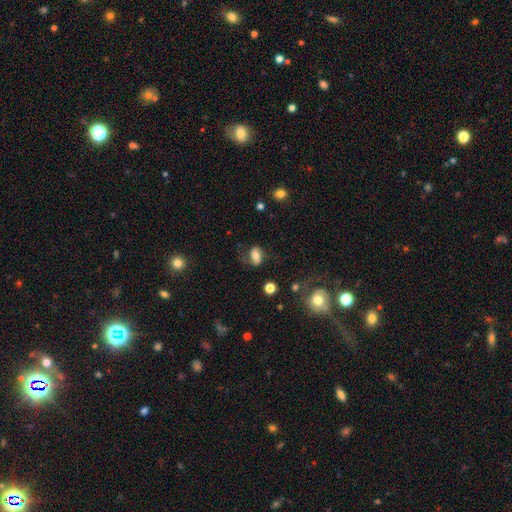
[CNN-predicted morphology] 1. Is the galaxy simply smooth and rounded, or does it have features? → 61% smooth, 30% featured or disk, 10% star or artifact.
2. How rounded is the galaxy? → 80% in between, 17% round, 3% cigar-shaped.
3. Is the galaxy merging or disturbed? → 62% none, 20% minor disturbance, 15% major disturbance, 3% merger.